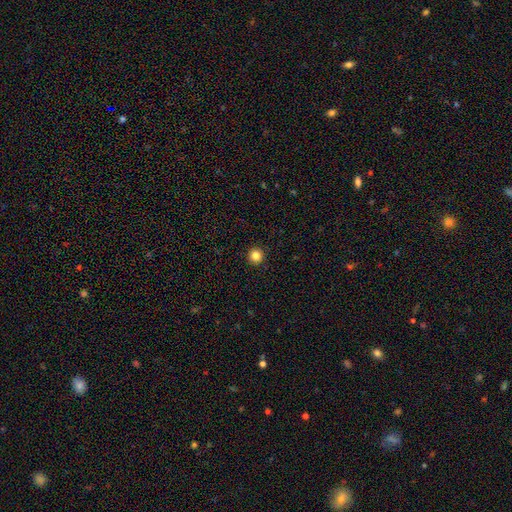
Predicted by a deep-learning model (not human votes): The model was most divided on "smooth or featured": smooth: 84%, star or artifact: 12%, featured or disk: 4%. More confident: how rounded — round (95%); merging — none (94%).